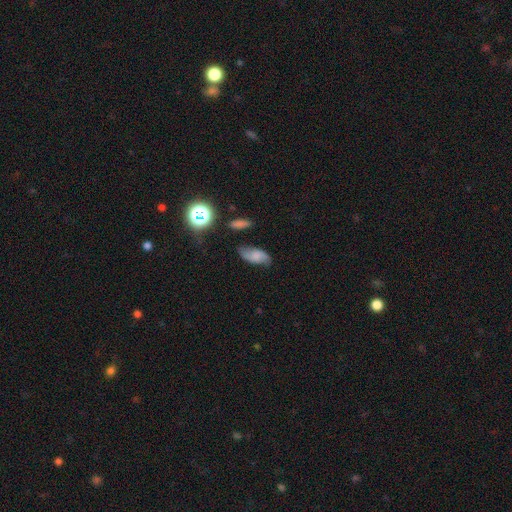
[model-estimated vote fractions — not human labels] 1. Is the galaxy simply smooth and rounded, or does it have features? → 55% smooth, 33% featured or disk, 12% star or artifact.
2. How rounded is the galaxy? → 88% in between, 7% cigar-shaped, 6% round.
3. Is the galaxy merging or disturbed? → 68% none, 22% minor disturbance, 6% major disturbance, 3% merger.